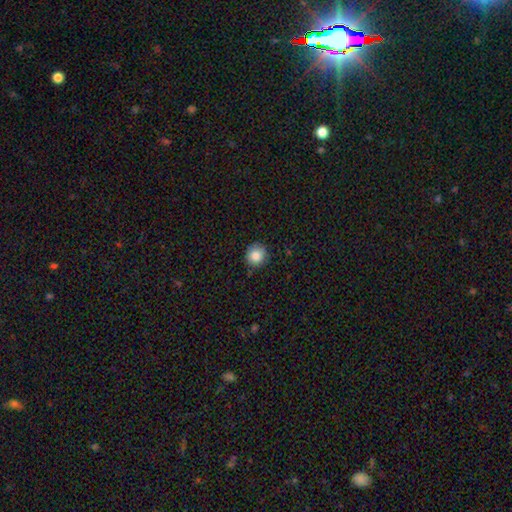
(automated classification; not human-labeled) Smooth or featured: smooth — 85% (star or artifact — 9%)
How rounded: round — 90% (in between — 9%)
Merging: none — 84% (minor disturbance — 12%)